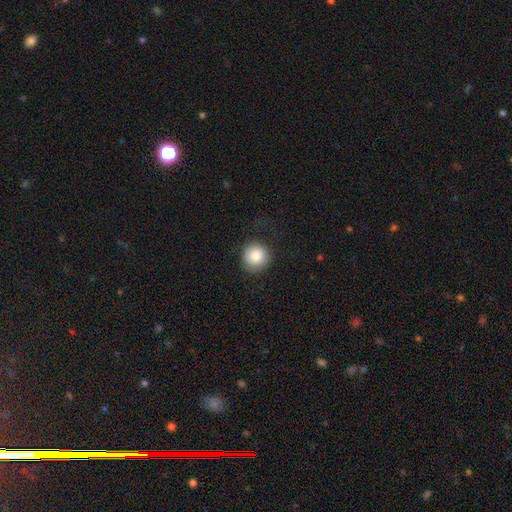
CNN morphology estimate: smooth 84%, star or artifact 9%, featured or disk 8%. Down the decision tree: how rounded — round (94%); merging — none (81%).